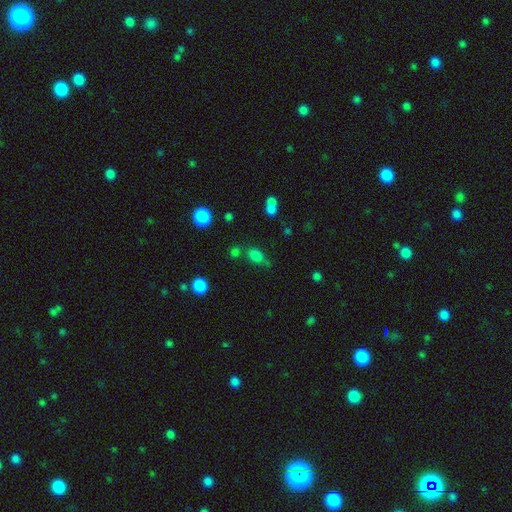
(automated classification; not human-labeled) A smooth galaxy with no disk features (79%) that is in between round and cigar-shaped (70%). Merging: none (60%).